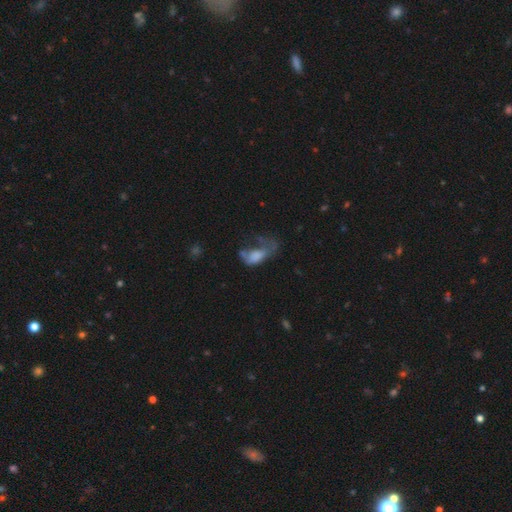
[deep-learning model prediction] smooth_or_featured: smooth (p=0.57) [alt: featured or disk p=0.32]
how_rounded: in between (p=0.86) [alt: cigar-shaped p=0.07]
merging: major disturbance (p=0.58) [alt: none p=0.17]